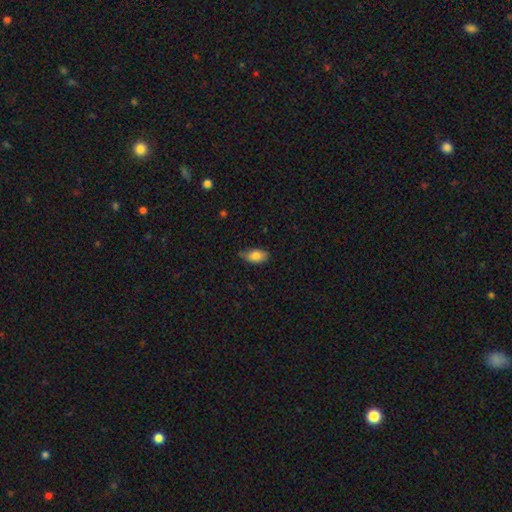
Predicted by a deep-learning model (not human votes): A smooth galaxy with no disk features (84%) that is in between round and cigar-shaped (91%).

Vote fractions:
- Smooth or featured? smooth: 84% / featured or disk: 9% / star or artifact: 8%
- How rounded? in between: 91% / round: 6% / cigar-shaped: 3%
- Merging? none: 64% / minor disturbance: 30% / major disturbance: 5% / merger: 1%